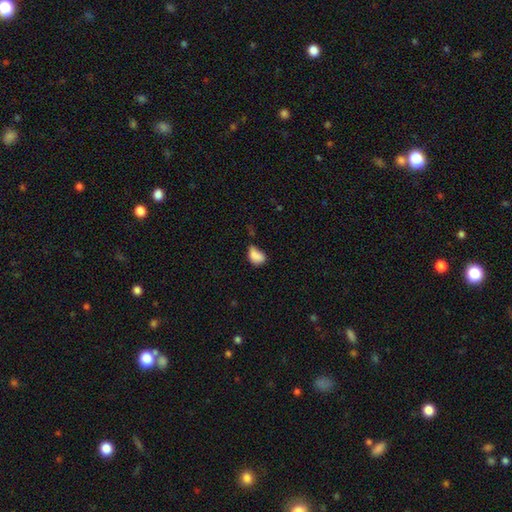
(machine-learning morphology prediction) The model was most divided on "merging": minor disturbance: 37%, none: 34%, major disturbance: 19%, merger: 10%. More confident: how rounded — in between (82%); smooth or featured — smooth (82%).